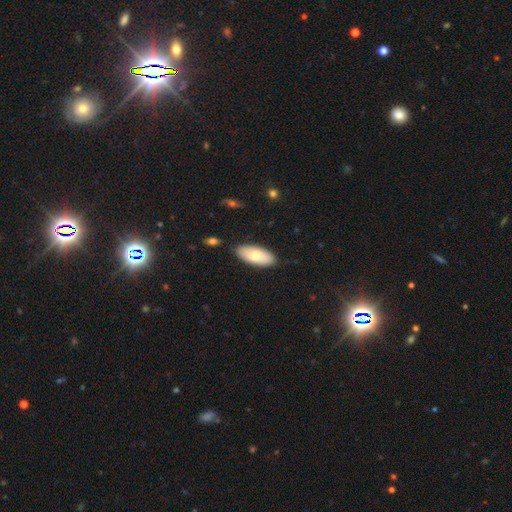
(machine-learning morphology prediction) Smooth or featured: smooth — 71% (featured or disk — 23%)
How rounded: in between — 90% (cigar-shaped — 8%)
Merging: none — 86% (minor disturbance — 10%)